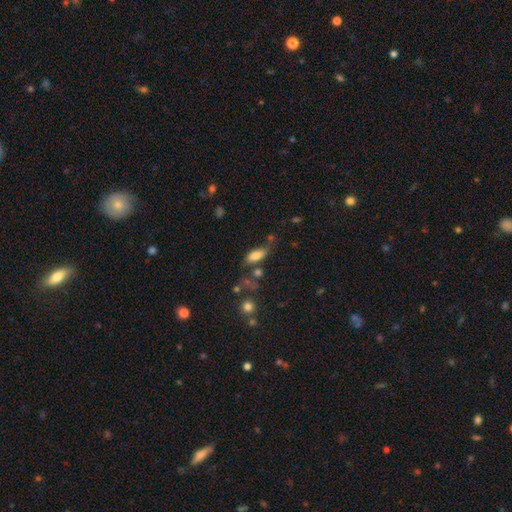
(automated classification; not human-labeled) smooth_or_featured: smooth (p=0.78) [alt: featured or disk p=0.13]
how_rounded: in between (p=0.83) [alt: cigar-shaped p=0.13]
merging: none (p=0.57) [alt: minor disturbance p=0.21]